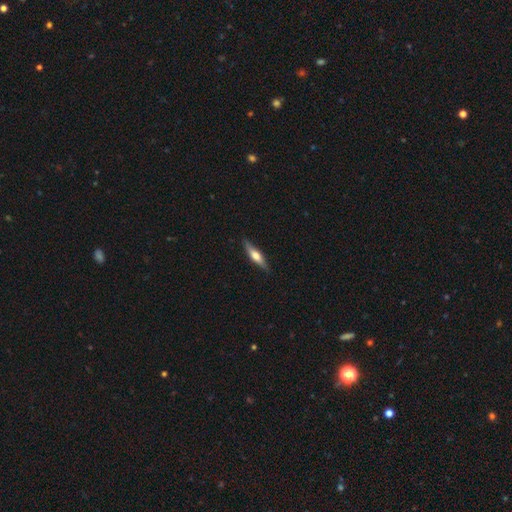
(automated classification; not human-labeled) Smooth or featured: smooth — 49% (featured or disk — 45%)
Merging: none — 86% (minor disturbance — 11%)